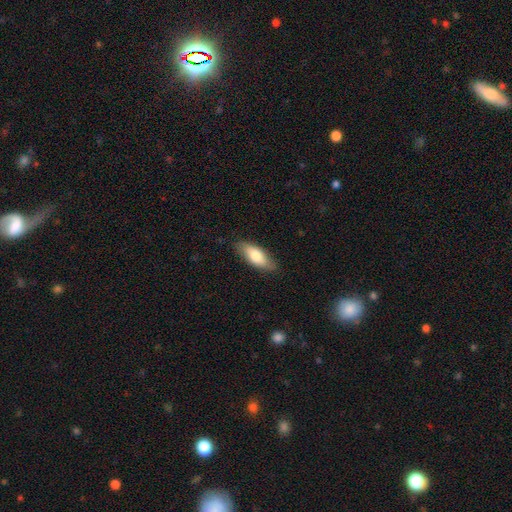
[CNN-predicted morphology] Overall: smooth (76%). How rounded: in between (78%). Merging: none (84%).